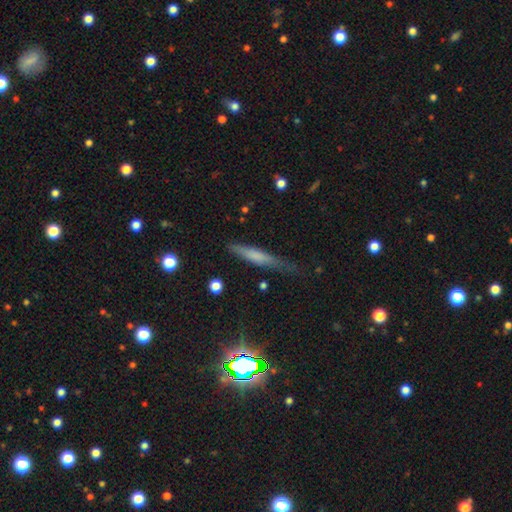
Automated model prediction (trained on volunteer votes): Smooth or featured?
  - smooth: 57% *
  - featured or disk: 34%
  - star or artifact: 9%
How rounded?
  - cigar-shaped: 89% *
  - in between: 9%
  - round: 2%
Merging?
  - none: 64% *
  - minor disturbance: 26%
  - major disturbance: 7%
  - merger: 2%